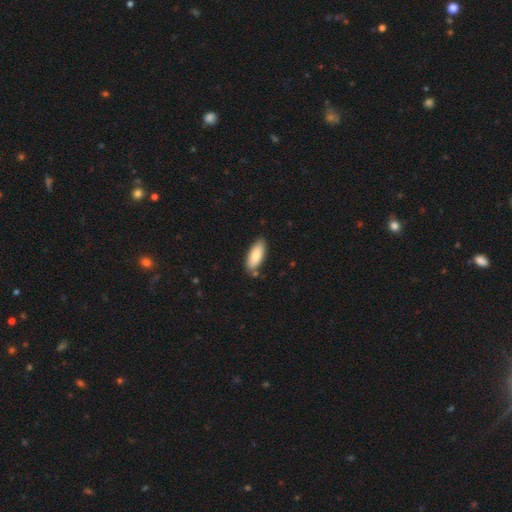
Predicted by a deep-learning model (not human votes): smooth 83%, featured or disk 11%, star or artifact 6%. Down the decision tree: how rounded — in between (79%); merging — none (81%).